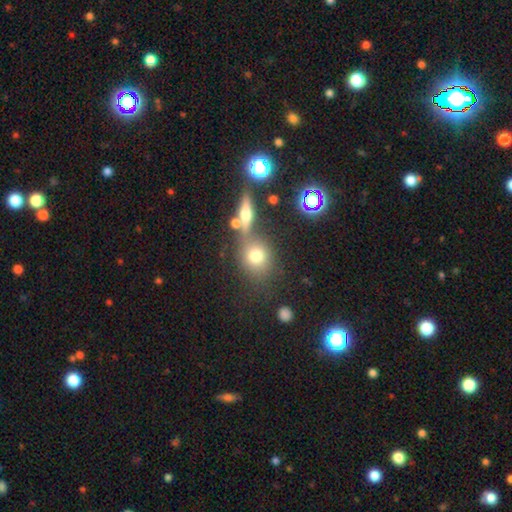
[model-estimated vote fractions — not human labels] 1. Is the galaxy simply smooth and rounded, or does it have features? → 71% smooth, 15% featured or disk, 14% star or artifact.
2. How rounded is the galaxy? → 74% round, 23% in between, 3% cigar-shaped.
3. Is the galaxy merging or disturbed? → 60% none, 23% merger, 11% minor disturbance, 6% major disturbance.